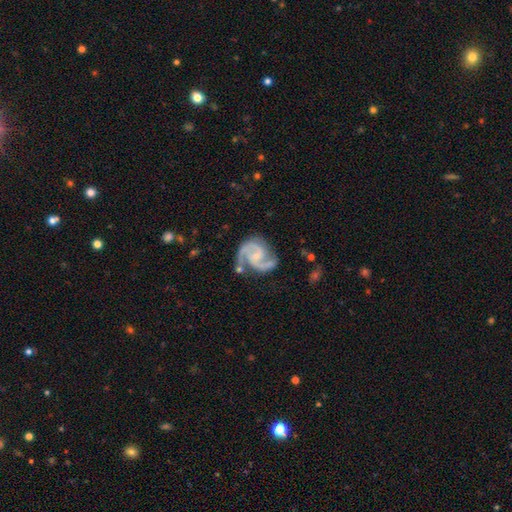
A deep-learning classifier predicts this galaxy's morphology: A featured or disk galaxy (92%) with no bar (53%), 2 (90%) medium (60%) spiral arms (98%) and a small central bulge (67%).

Vote fractions:
- Smooth or featured? featured or disk: 92% / star or artifact: 4% / smooth: 4%
- Edge-on disk? no: 98% / yes: 2%
- Bar? no: 53% / weak: 36% / strong: 11%
- Spiral arms? yes: 98% / no: 2%
- Spiral winding? medium: 60% / tight: 27% / loose: 13%
- Spiral arm count? 2: 90% / 3: 5% / can't tell: 2% / 1: 1% / 4: 1% / more than 4: 1%
- Bulge size? small: 67% / moderate: 20% / none: 11% / large: 1% / dominant: 1%
- Merging? none: 65% / minor disturbance: 21% / major disturbance: 8% / merger: 6%